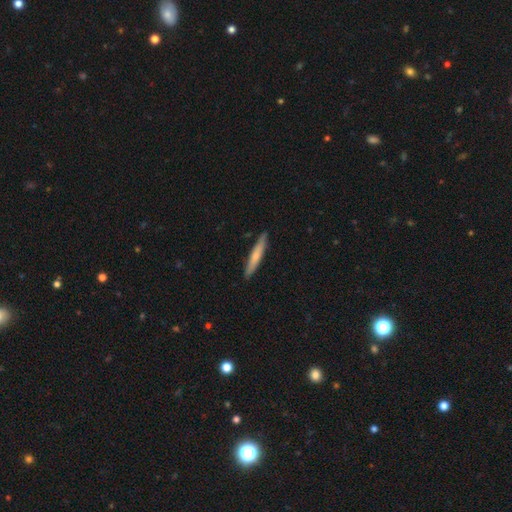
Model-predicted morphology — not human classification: Smooth or featured: smooth — 64% (featured or disk — 31%)
How rounded: cigar-shaped — 94% (in between — 5%)
Merging: none — 89% (minor disturbance — 9%)